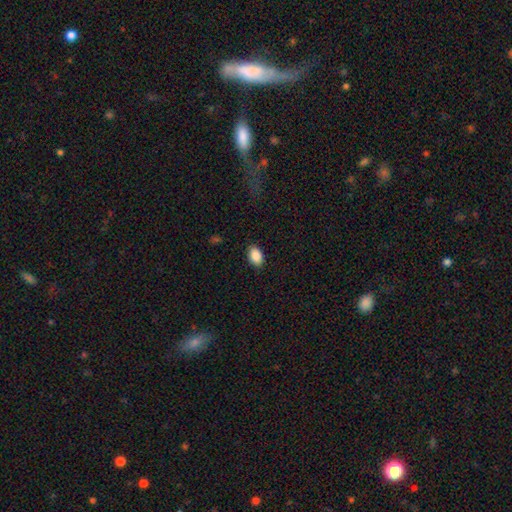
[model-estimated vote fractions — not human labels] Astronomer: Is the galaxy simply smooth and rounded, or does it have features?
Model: smooth — 89%.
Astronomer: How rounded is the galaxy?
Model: in between — 87%.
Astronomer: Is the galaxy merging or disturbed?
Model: none — 87%.